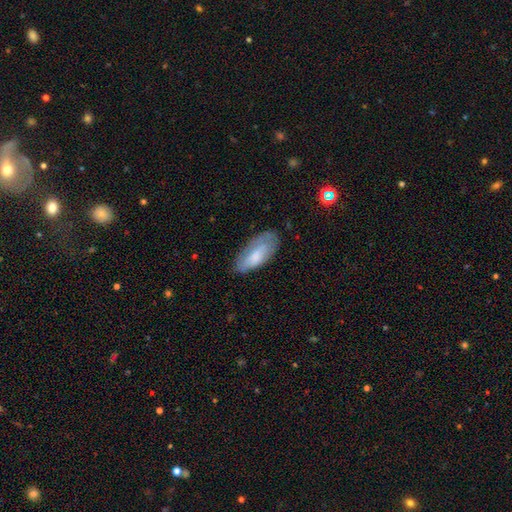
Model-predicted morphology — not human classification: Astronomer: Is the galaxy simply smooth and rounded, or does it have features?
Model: smooth — 67%.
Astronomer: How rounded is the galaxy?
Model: in between — 85%.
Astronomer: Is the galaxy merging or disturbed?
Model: none — 64%.